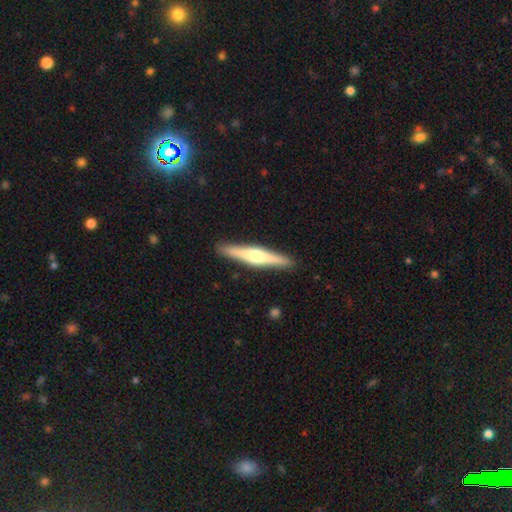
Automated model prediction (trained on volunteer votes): Morphology: type=featured or disk (66%); edge-on=yes (98%); edge-on bulge=rounded (86%); merging=none (91%).